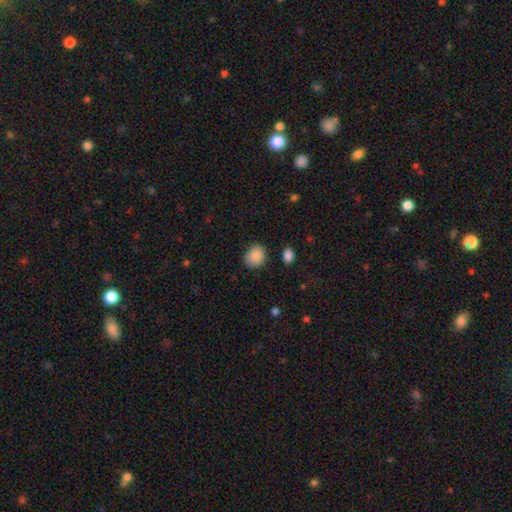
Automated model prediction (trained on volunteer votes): Smooth or featured? Predicted: smooth (p=0.87). How rounded? Predicted: round (p=0.63). Merging? Predicted: none (p=0.80).